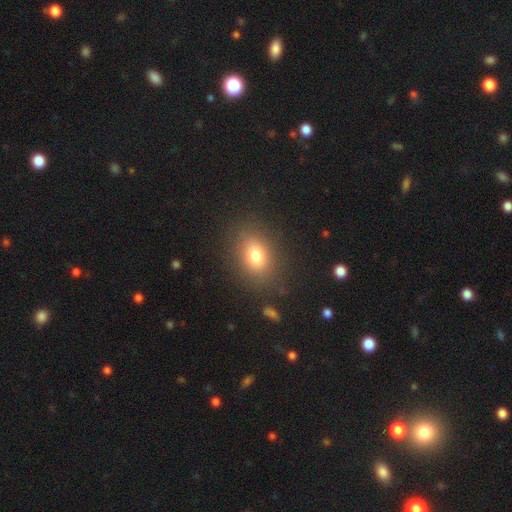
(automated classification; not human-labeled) smooth 76%, star or artifact 13%, featured or disk 12%. Down the decision tree: how rounded — in between (64%); merging — none (83%).